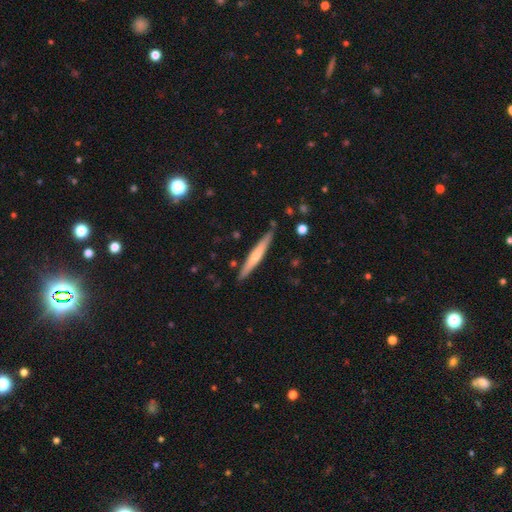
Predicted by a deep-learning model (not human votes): smooth_or_featured: smooth (p=0.48) [alt: featured or disk p=0.47]
merging: none (p=0.87) [alt: minor disturbance p=0.10]